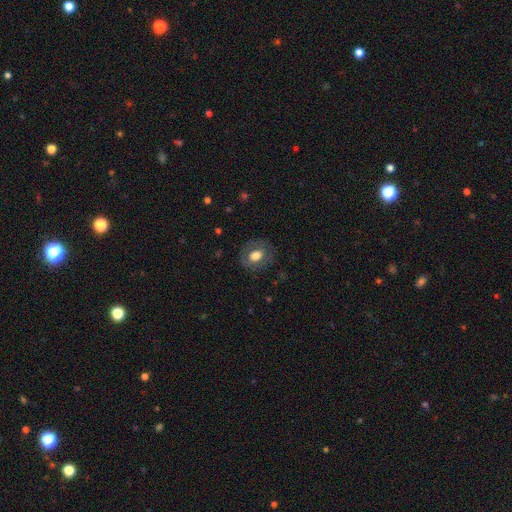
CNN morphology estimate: The model was most divided on "how rounded": round: 55%, in between: 44%, cigar-shaped: 1%. More confident: merging — none (80%); smooth or featured — smooth (63%).